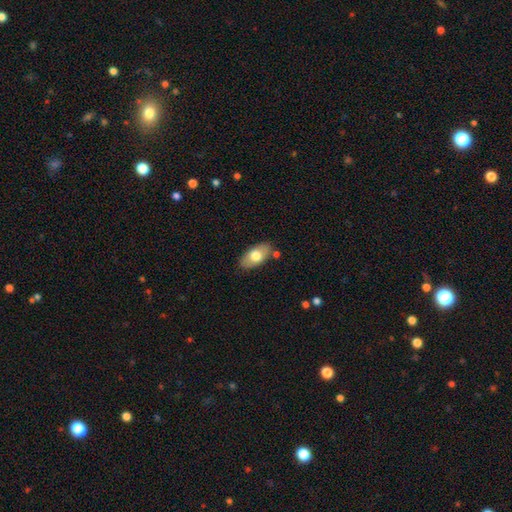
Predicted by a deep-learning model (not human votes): This is likely a smooth galaxy (72%). How rounded: clearly in between (93%). Merging: likely none (80%).